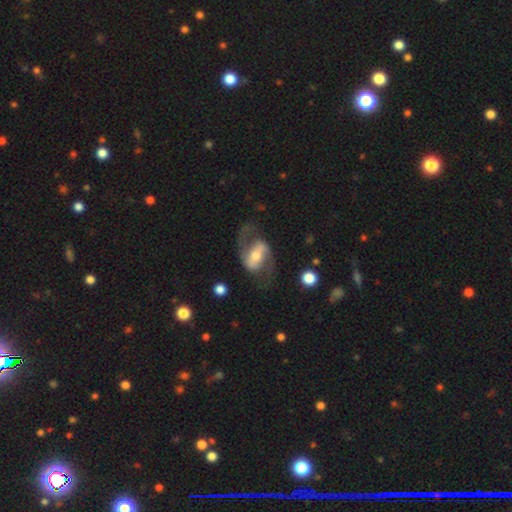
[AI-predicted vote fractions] Smooth or featured? Predicted: featured or disk (p=0.85). Edge-on disk? Predicted: no (p=0.96). Bar? Predicted: strong (p=0.50). Spiral arms? Predicted: yes (p=0.92). Spiral winding? Predicted: medium (p=0.48). Spiral arm count? Predicted: 2 (p=0.92). Bulge size? Predicted: moderate (p=0.62). Merging? Predicted: none (p=0.72).